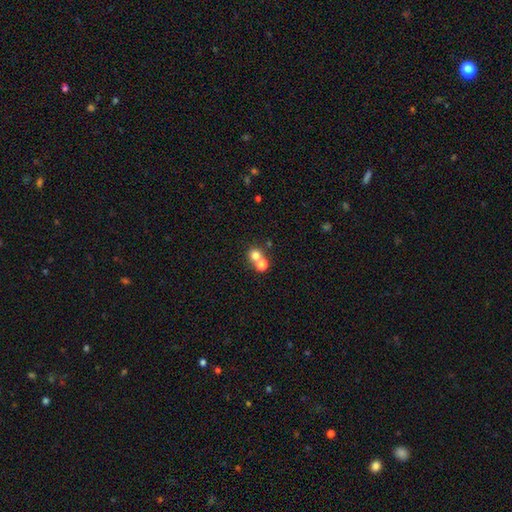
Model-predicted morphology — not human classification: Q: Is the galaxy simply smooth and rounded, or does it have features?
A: smooth — 73%.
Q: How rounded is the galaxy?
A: round — 87%.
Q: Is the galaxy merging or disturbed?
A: none — 47%.